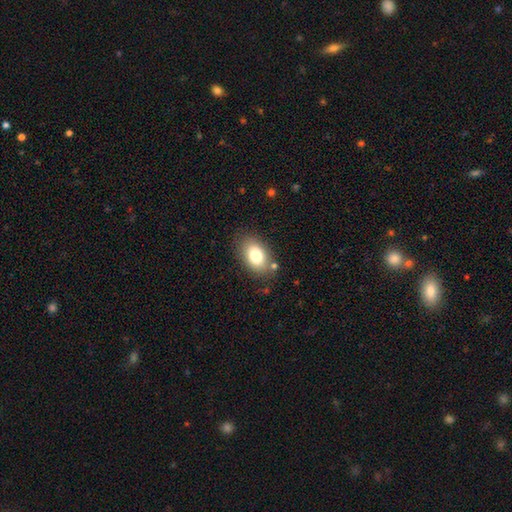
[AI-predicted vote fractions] The model was most divided on "smooth or featured": smooth: 77%, featured or disk: 13%, star or artifact: 9%. More confident: how rounded — in between (83%); merging — none (80%).